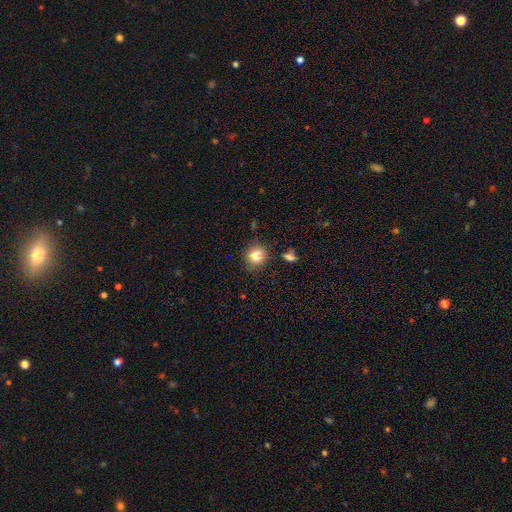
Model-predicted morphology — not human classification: Q: Smooth or featured?
A: smooth (81%); runner-up: star or artifact (11%)
Q: How rounded?
A: round (78%); runner-up: in between (21%)
Q: Merging?
A: none (82%); runner-up: minor disturbance (12%)